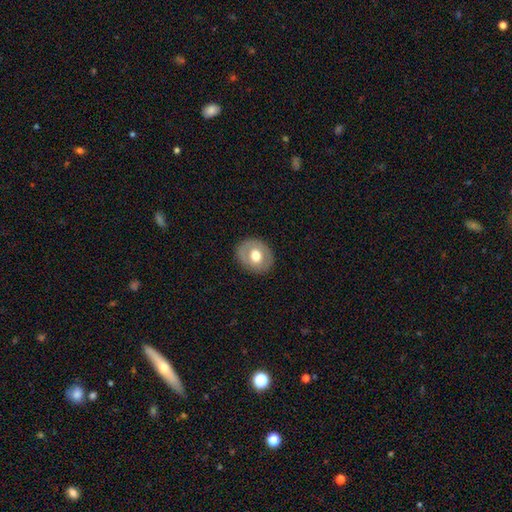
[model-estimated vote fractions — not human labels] smooth 57%, featured or disk 36%, star or artifact 7%. Down the decision tree: how rounded — round (61%); merging — none (86%).